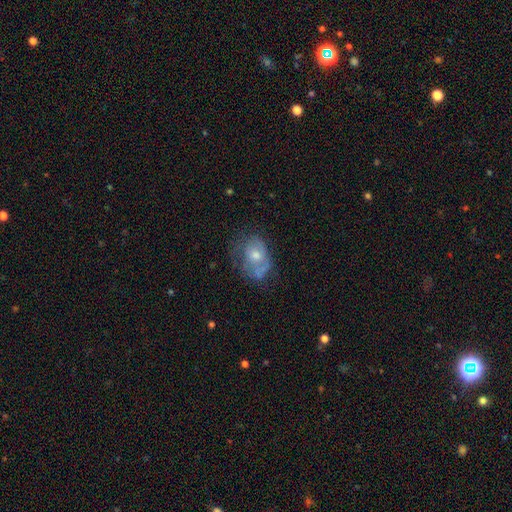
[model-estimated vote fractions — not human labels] Morphology: type=featured or disk (52%); edge-on=no (96%); bar=no (83%); spiral arms=no (57%); bulge=moderate (60%); merging=none (43%).